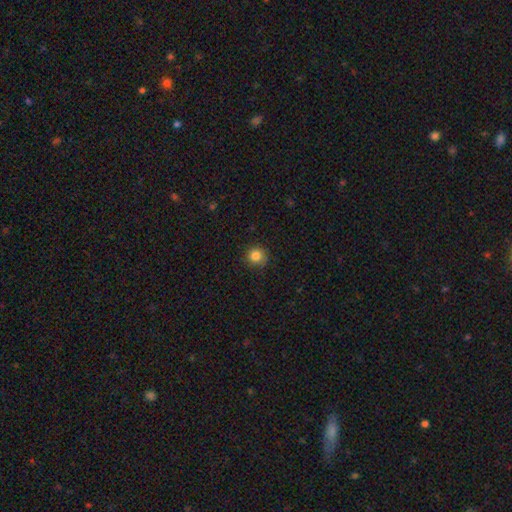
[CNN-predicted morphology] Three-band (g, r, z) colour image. It shows a smooth galaxy with no disk features (83%) that is round (93%). Merging: none (84%).